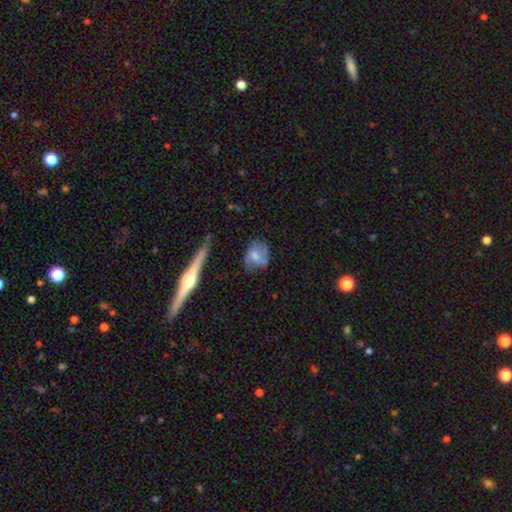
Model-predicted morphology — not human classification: Smooth or featured?
  - smooth: 48% *
  - featured or disk: 44%
  - star or artifact: 8%
Merging?
  - none: 45% *
  - minor disturbance: 28%
  - major disturbance: 21%
  - merger: 6%